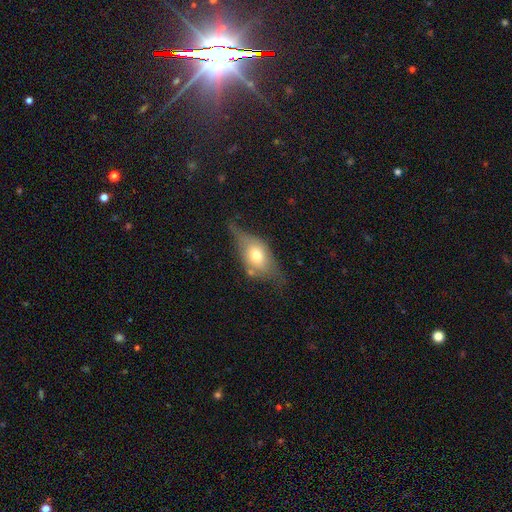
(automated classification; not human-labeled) A smooth galaxy with no disk features (50%). Merging: none (41%).